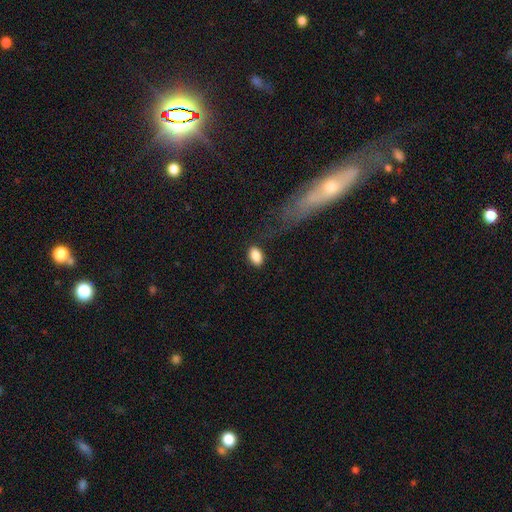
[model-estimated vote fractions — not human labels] smooth-or-featured: smooth: 87% | star or artifact: 7% | featured or disk: 5%
  how-rounded: in between: 90% | round: 9% | cigar-shaped: 2%
  merging: none: 81% | minor disturbance: 13% | major disturbance: 5% | merger: 2%